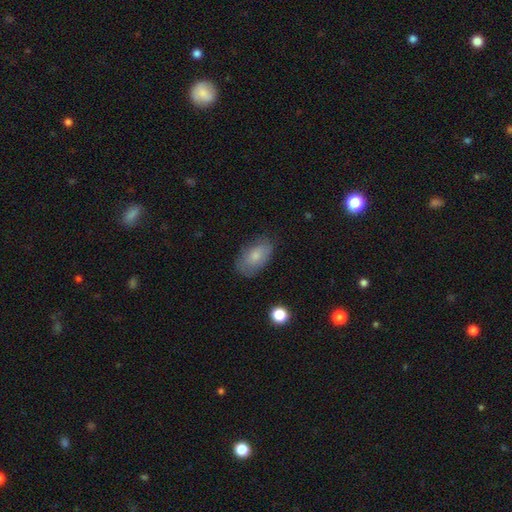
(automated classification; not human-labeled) Overall: smooth (73%). How rounded: in between (92%). Merging: none (73%).